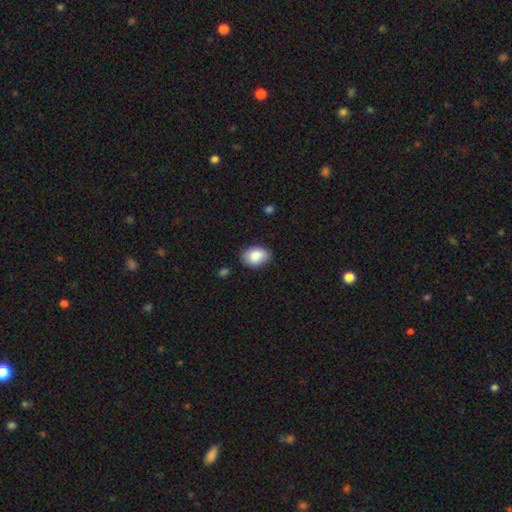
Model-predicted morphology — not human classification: Smooth or featured? Predicted: smooth (p=0.85). How rounded? Predicted: in between (p=0.80). Merging? Predicted: none (p=0.79).